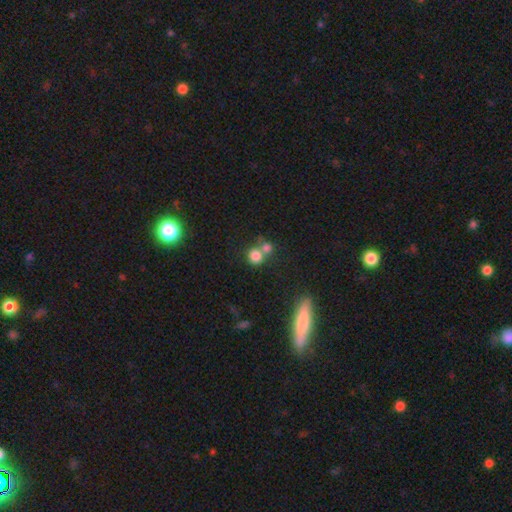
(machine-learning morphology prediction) A smooth galaxy with no disk features (79%) that is round (86%). Merging: none (47%).